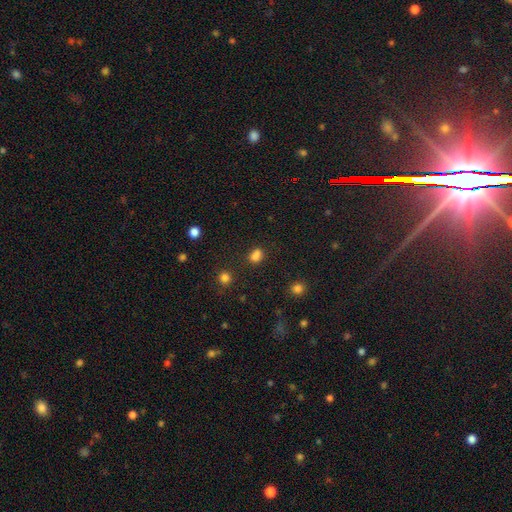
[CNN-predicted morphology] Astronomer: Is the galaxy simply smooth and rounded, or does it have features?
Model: smooth — 78%.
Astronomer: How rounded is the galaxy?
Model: in between — 51% (runner-up: round, 48%).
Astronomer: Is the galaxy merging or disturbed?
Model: none — 62%.